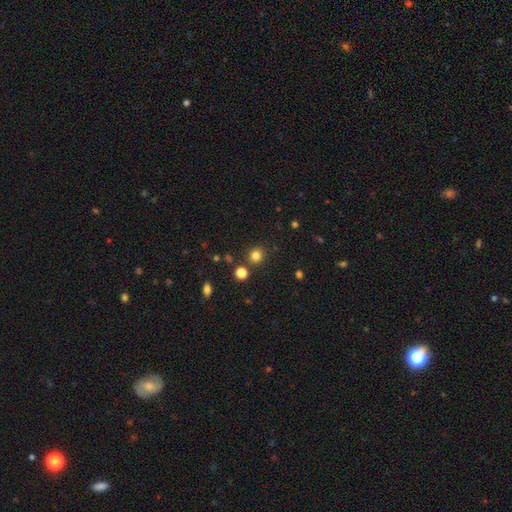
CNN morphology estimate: A smooth galaxy with no disk features (80%) that is round (88%).

Vote fractions:
- Smooth or featured? smooth: 80% / star or artifact: 15% / featured or disk: 5%
- How rounded? round: 88% / in between: 12% / cigar-shaped: 1%
- Merging? none: 84% / minor disturbance: 7% / merger: 6% / major disturbance: 3%